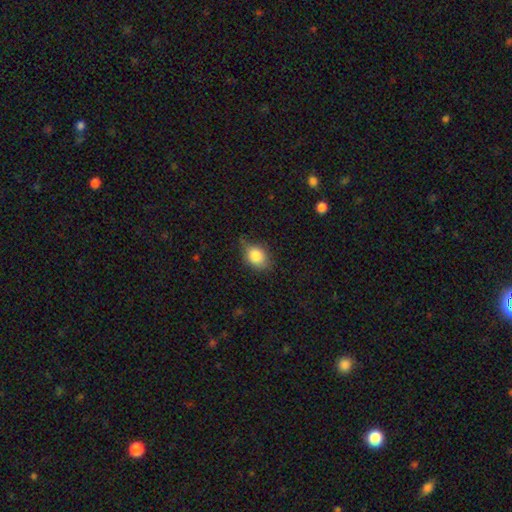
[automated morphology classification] smooth 84%, star or artifact 8%, featured or disk 8%. Down the decision tree: how rounded — in between (70%); merging — none (62%).